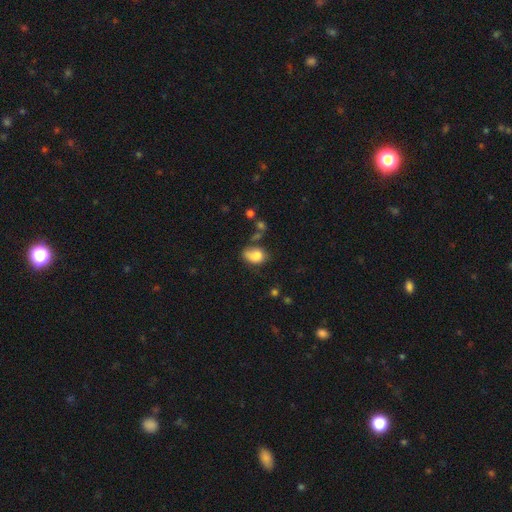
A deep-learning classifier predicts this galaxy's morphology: Smooth or featured? Predicted: smooth (p=0.79). How rounded? Predicted: in between (p=0.79). Merging? Predicted: none (p=0.41).